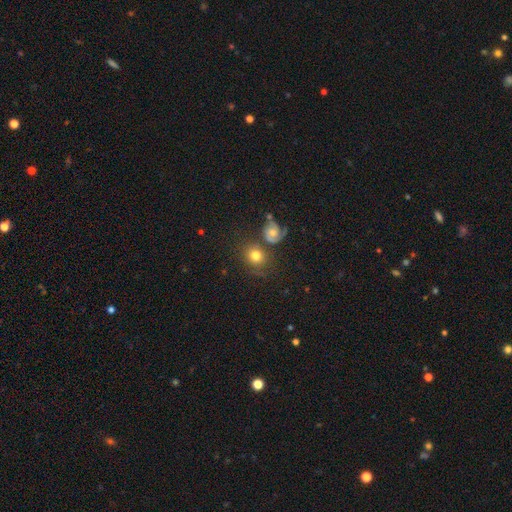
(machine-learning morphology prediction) smooth 69%, featured or disk 22%, star or artifact 9%. Down the decision tree: how rounded — round (78%); merging — none (62%).